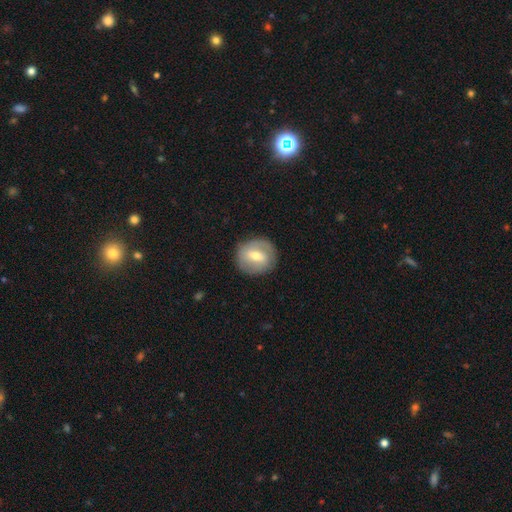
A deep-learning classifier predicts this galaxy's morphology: smooth-or-featured: featured or disk: 52% | smooth: 42% | star or artifact: 7%
  disk-edge-on: no: 94% | yes: 6%
  merging: none: 83% | minor disturbance: 12% | major disturbance: 4% | merger: 1%